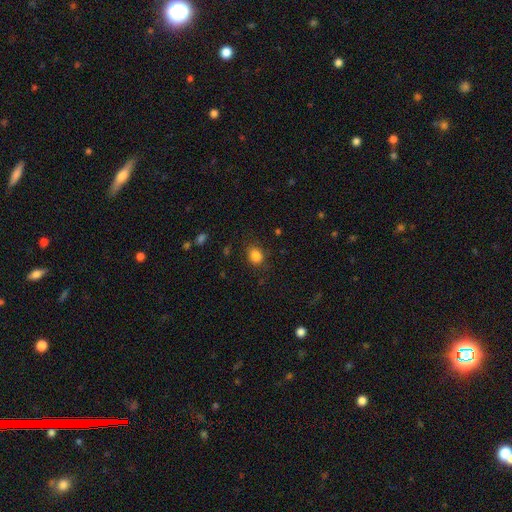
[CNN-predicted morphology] Smooth or featured: smooth — 85% (star or artifact — 11%)
How rounded: round — 53% (in between — 46%)
Merging: none — 80% (minor disturbance — 14%)